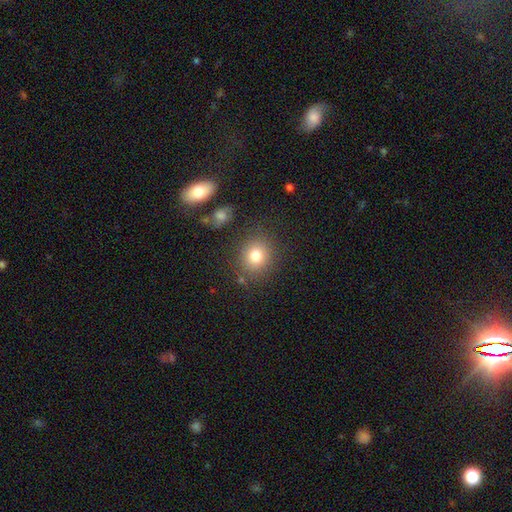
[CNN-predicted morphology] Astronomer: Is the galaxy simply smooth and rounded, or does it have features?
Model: smooth — 79%.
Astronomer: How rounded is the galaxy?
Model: round — 79%.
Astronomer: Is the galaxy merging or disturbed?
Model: none — 83%.